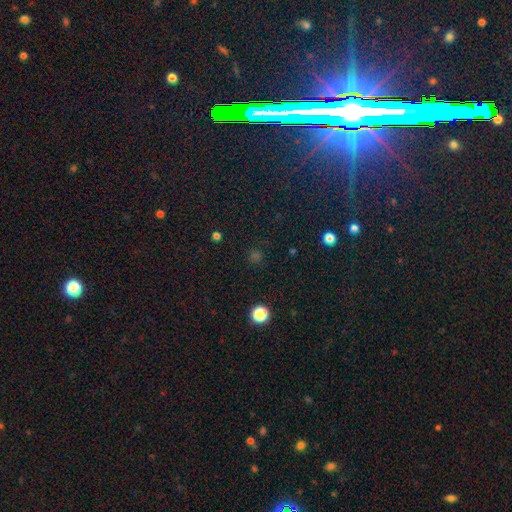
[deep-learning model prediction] Smooth or featured: star or artifact — 48% (smooth — 44%)